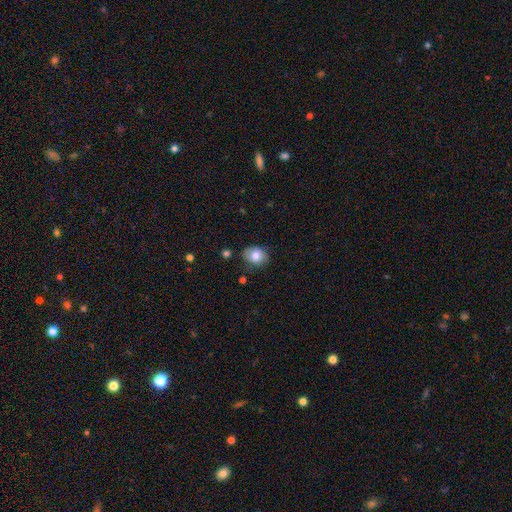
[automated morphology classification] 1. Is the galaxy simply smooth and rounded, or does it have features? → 80% smooth, 11% featured or disk, 9% star or artifact.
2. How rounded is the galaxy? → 53% round, 46% in between, 1% cigar-shaped.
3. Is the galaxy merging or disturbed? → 77% none, 17% minor disturbance, 3% major disturbance, 3% merger.